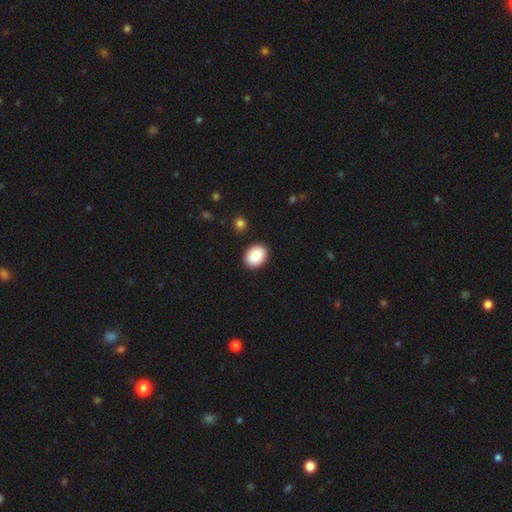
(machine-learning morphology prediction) Smooth or featured: smooth — 90% (star or artifact — 7%)
How rounded: in between — 68% (round — 31%)
Merging: none — 90% (minor disturbance — 7%)